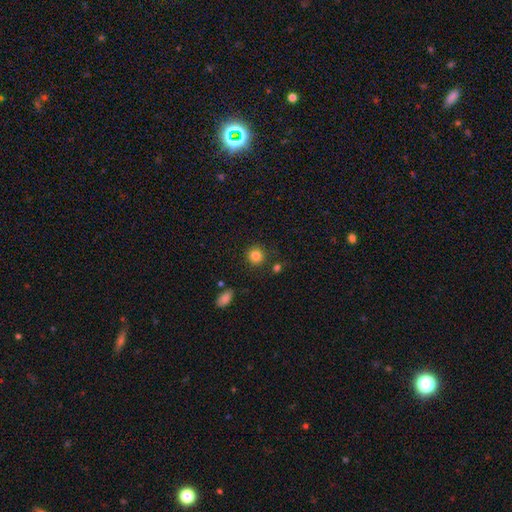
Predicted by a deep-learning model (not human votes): Q: Smooth or featured?
A: smooth (84%); runner-up: star or artifact (11%)
Q: How rounded?
A: round (90%); runner-up: in between (9%)
Q: Merging?
A: none (85%); runner-up: minor disturbance (8%)